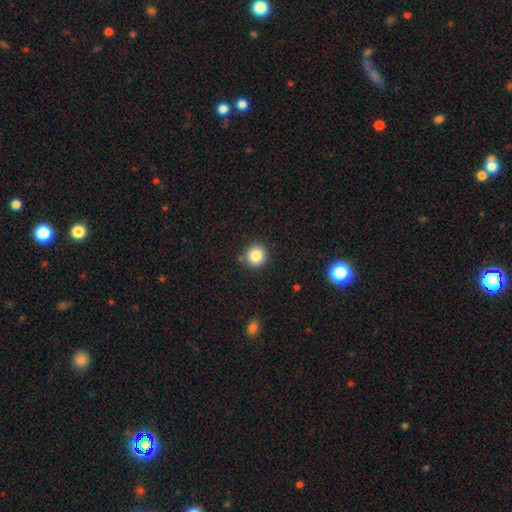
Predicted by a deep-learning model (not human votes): Smooth or featured: smooth — 84% (star or artifact — 11%)
How rounded: round — 94% (in between — 5%)
Merging: none — 86% (minor disturbance — 9%)